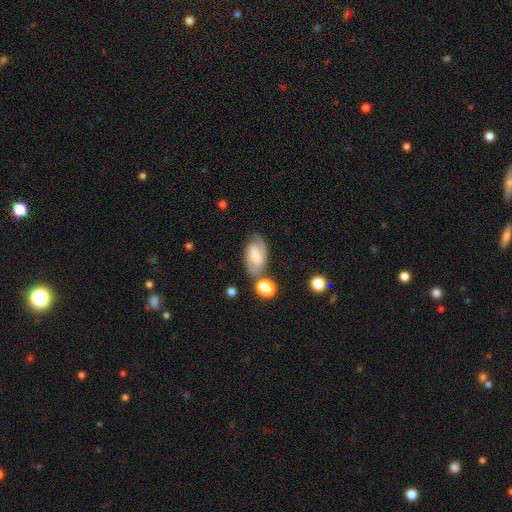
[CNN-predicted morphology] A featured or disk galaxy (57%) with a weak bar (48%), spiral arms (87%) and a moderate central bulge (37%). Merging: none (60%).